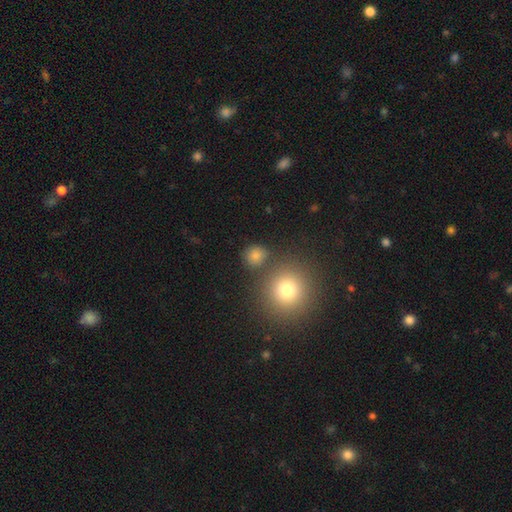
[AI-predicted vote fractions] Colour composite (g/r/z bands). It shows a smooth galaxy with no disk features (79%) that is round (88%). Merging: none (79%).